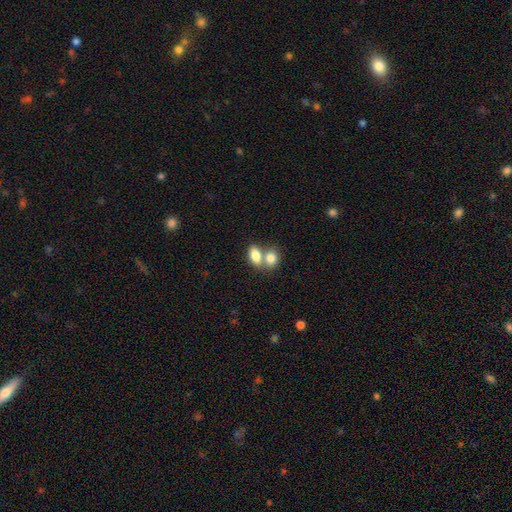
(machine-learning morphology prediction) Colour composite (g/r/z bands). It shows a smooth galaxy with no disk features (81%) that is in between round and cigar-shaped (81%). Merging: merger (59%).